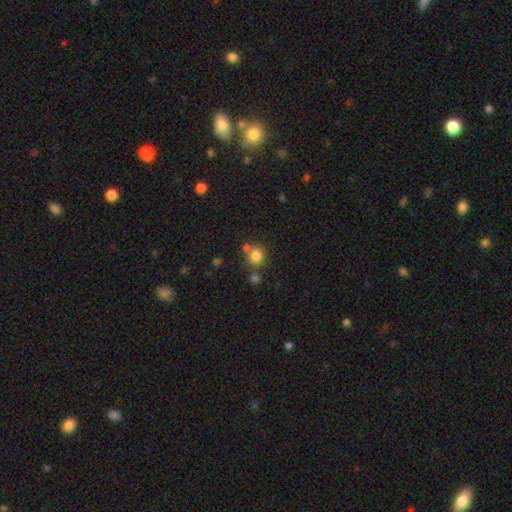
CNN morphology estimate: This is clearly a smooth galaxy (81%). How rounded: clearly round (84%). Merging: likely none (66%).